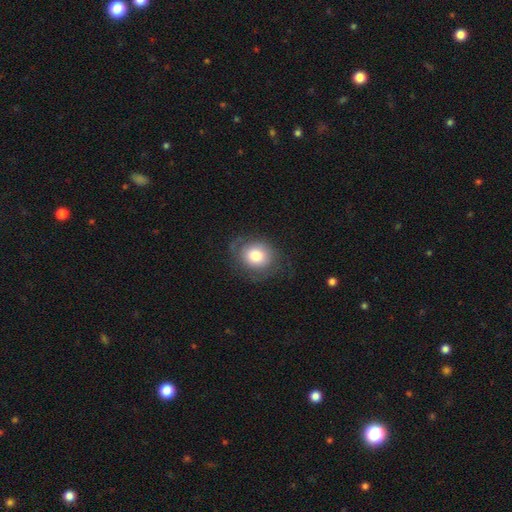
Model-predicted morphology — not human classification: Smooth or featured? smooth (70%)
How rounded? round (73%)
Merging? none (67%)